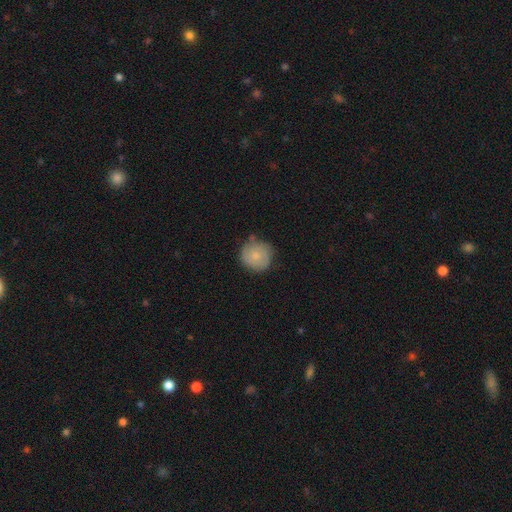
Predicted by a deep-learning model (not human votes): A smooth galaxy with no disk features (66%) that is round (91%). Merging: none (70%).